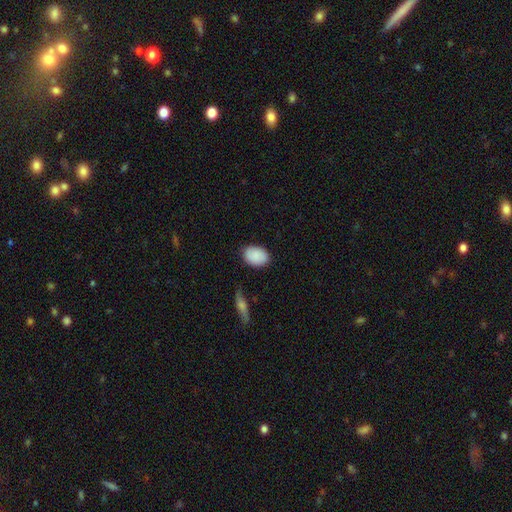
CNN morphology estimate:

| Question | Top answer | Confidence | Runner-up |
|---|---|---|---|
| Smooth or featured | smooth | 88% | star or artifact (6%) |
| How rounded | in between | 81% | round (18%) |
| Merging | none | 83% | minor disturbance (13%) |